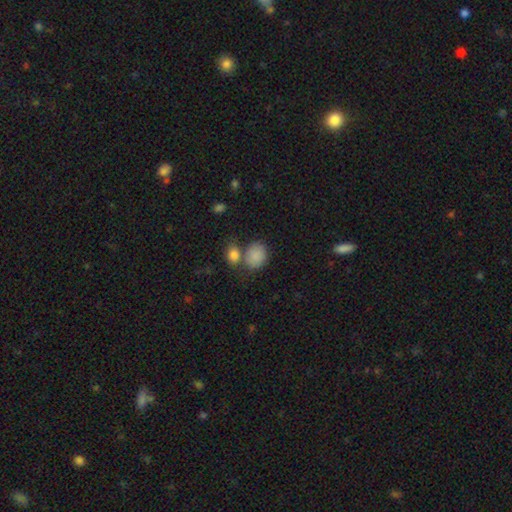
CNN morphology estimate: Smooth or featured: smooth — 86% (star or artifact — 8%)
How rounded: in between — 52% (round — 47%)
Merging: none — 50% (merger — 30%)